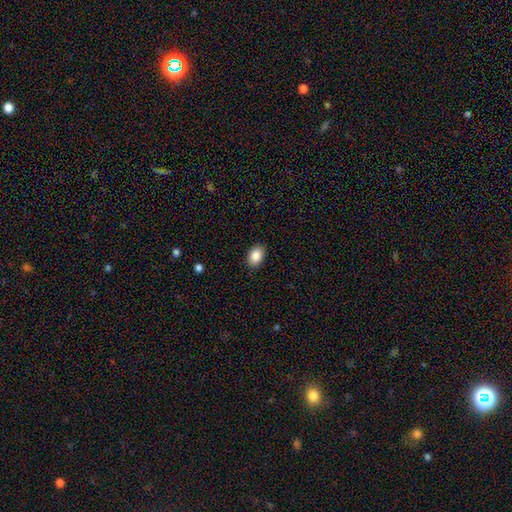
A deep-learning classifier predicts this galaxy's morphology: The model was most divided on "how rounded": in between: 84%, round: 15%, cigar-shaped: 1%. More confident: merging — none (89%); smooth or featured — smooth (87%).